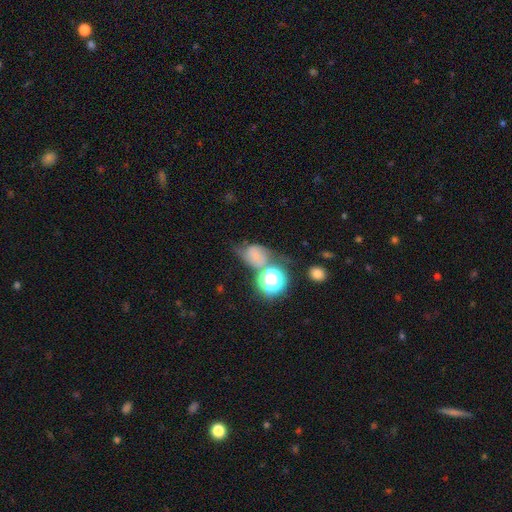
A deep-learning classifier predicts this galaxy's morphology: A smooth galaxy with no disk features (57%) that is in between round and cigar-shaped (52%). Merging: none (38%).